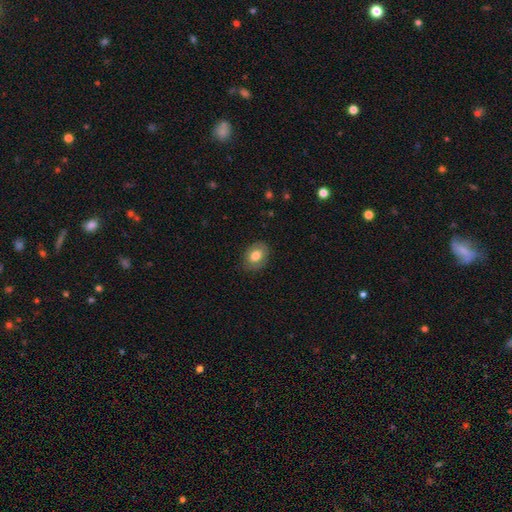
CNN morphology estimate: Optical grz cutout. It shows a smooth galaxy with no disk features (72%) that is in between round and cigar-shaped (70%). Merging: none (82%).